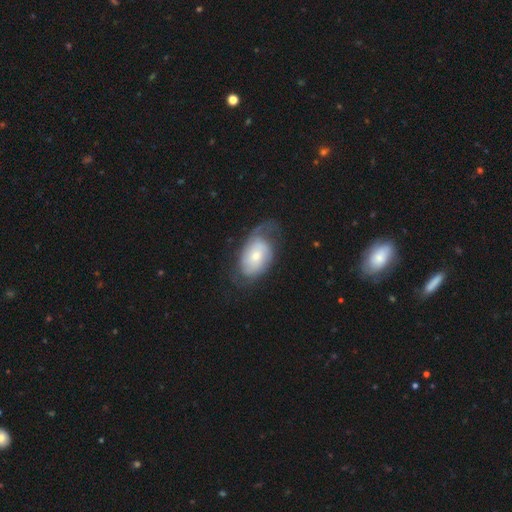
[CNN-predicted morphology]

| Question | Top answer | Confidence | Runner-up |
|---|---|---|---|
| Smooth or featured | featured or disk | 67% | smooth (28%) |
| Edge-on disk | no | 95% | yes (5%) |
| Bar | no | 68% | weak (27%) |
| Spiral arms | yes | 87% | no (13%) |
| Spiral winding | medium | 37% | tied: tight (37%) |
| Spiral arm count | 2 | 47% | can't tell (27%) |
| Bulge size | small | 47% | moderate (44%) |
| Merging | none | 48% | minor disturbance (26%) |